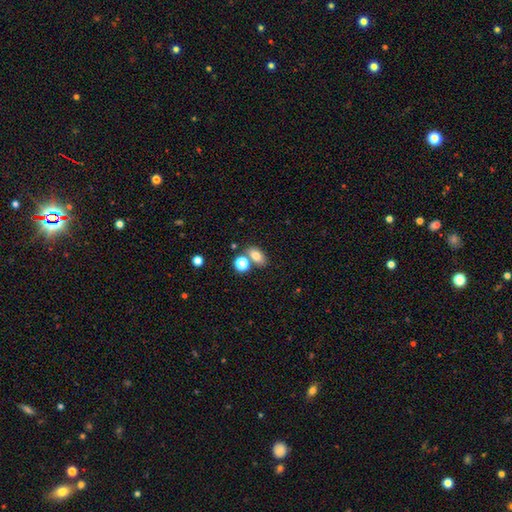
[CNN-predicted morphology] Smooth or featured? Predicted: smooth (p=0.77). How rounded? Predicted: in between (p=0.79). Merging? Predicted: none (p=0.61).